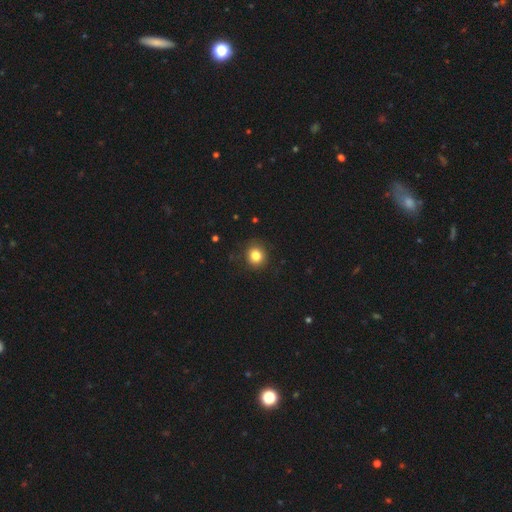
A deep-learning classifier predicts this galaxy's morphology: A smooth galaxy with no disk features (83%) that is round (85%).

Vote fractions:
- Smooth or featured? smooth: 83% / star or artifact: 11% / featured or disk: 6%
- How rounded? round: 85% / in between: 14% / cigar-shaped: 1%
- Merging? none: 88% / minor disturbance: 9% / major disturbance: 2% / merger: 1%